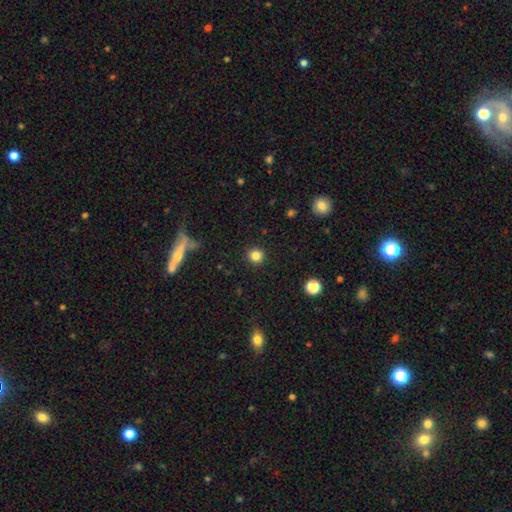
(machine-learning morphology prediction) smooth 83%, star or artifact 12%, featured or disk 5%. Down the decision tree: how rounded — round (93%); merging — none (92%).